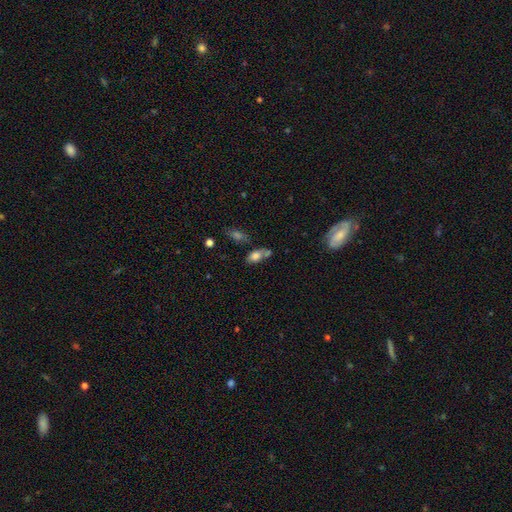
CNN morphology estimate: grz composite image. It shows a smooth galaxy with no disk features (75%) that is in between round and cigar-shaped (85%). Merging: none (38%).